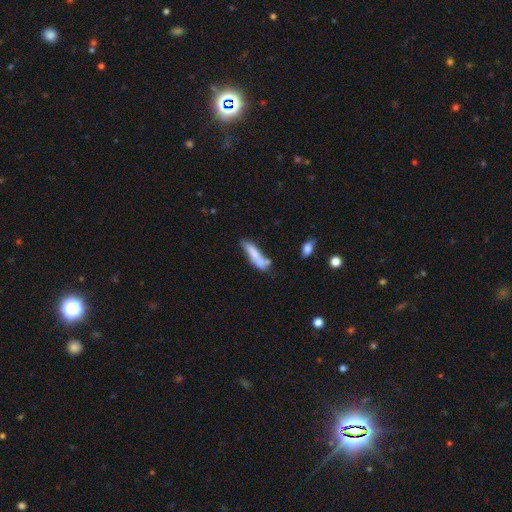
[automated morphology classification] Q: Smooth or featured?
A: smooth (65%); runner-up: featured or disk (28%)
Q: How rounded?
A: cigar-shaped (69%); runner-up: in between (29%)
Q: Merging?
A: none (42%); runner-up: merger (24%)